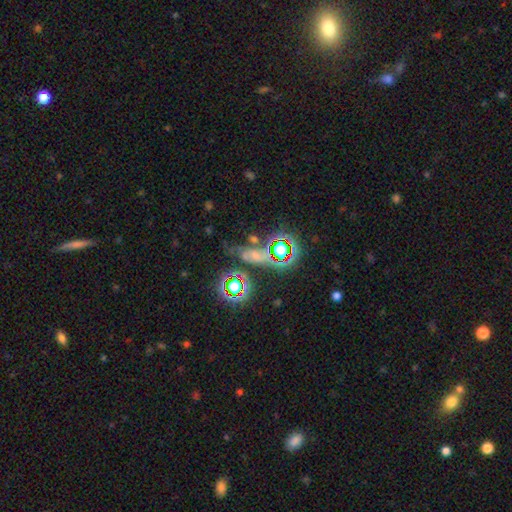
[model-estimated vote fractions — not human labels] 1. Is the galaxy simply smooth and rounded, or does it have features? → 45% star or artifact, 33% smooth, 22% featured or disk.